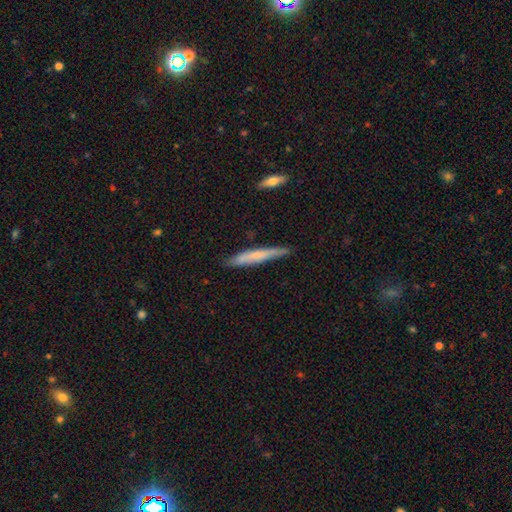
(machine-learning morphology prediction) A smooth galaxy with no disk features (59%) that is cigar-shaped (95%). Merging: none (83%).